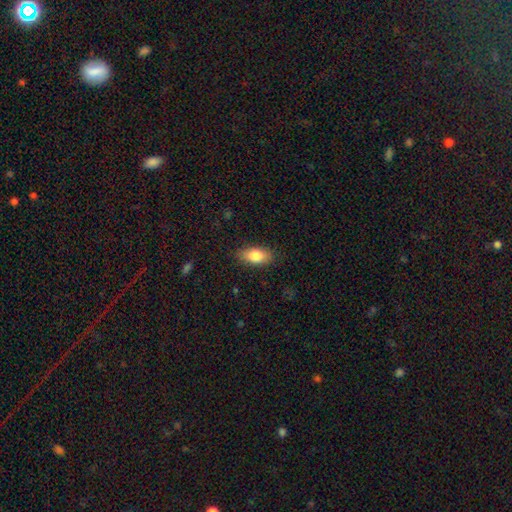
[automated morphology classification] Q: Smooth or featured?
A: smooth (82%); runner-up: featured or disk (11%)
Q: How rounded?
A: in between (88%); runner-up: cigar-shaped (7%)
Q: Merging?
A: none (85%); runner-up: minor disturbance (11%)